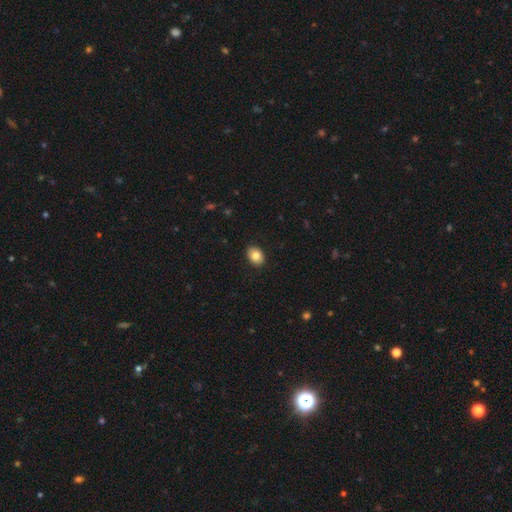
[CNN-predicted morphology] Smooth or featured? smooth (83%)
How rounded? in between (67%)
Merging? none (90%)